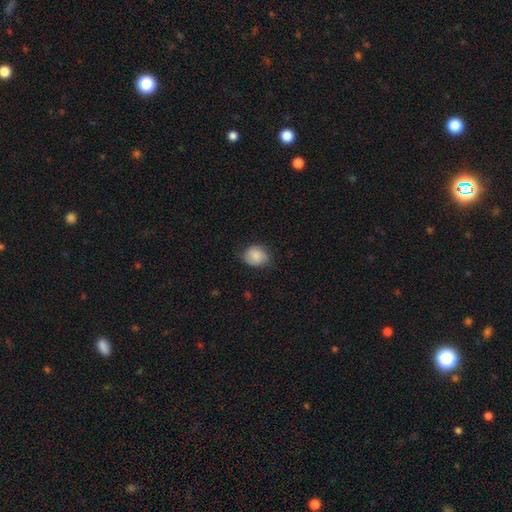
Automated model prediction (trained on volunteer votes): The model was most divided on "how rounded": round: 61%, in between: 38%, cigar-shaped: 1%. More confident: smooth or featured — smooth (84%); merging — none (73%).